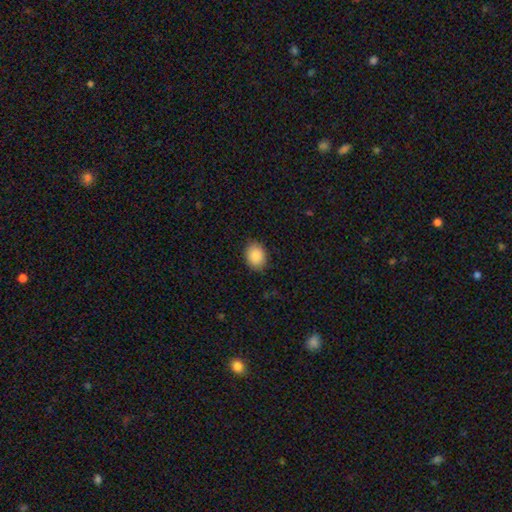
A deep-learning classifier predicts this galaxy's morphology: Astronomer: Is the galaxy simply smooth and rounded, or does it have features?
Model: smooth — 89%.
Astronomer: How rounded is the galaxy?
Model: in between — 65%.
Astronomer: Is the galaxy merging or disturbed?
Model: none — 86%.